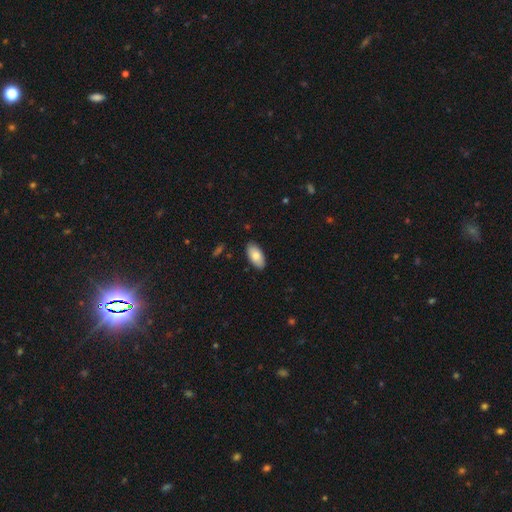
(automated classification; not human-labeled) smooth 81%, featured or disk 13%, star or artifact 6%. Down the decision tree: how rounded — in between (93%); merging — none (88%).